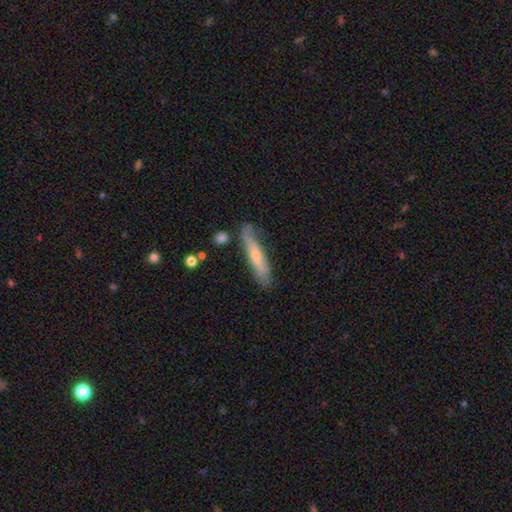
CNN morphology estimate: Smooth or featured? smooth (51%)
How rounded? cigar-shaped (83%)
Merging? none (68%)